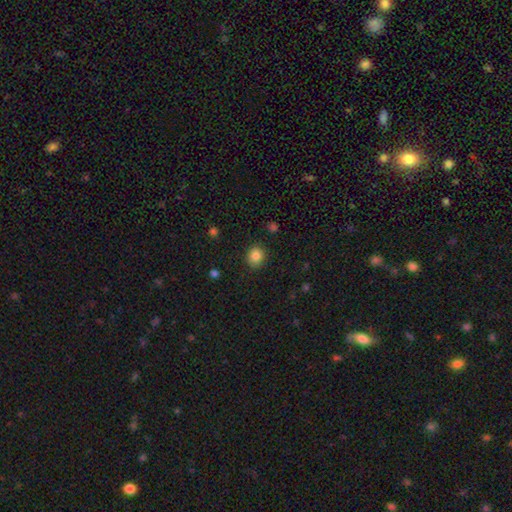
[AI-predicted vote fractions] smooth-or-featured: smooth: 85% | star or artifact: 11% | featured or disk: 5%
  how-rounded: round: 74% | in between: 25% | cigar-shaped: 1%
  merging: none: 89% | minor disturbance: 8% | major disturbance: 2% | merger: 1%